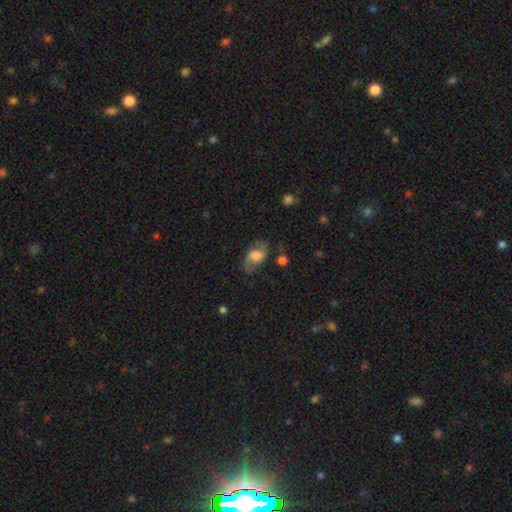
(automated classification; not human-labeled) This appears to be a featured or disk galaxy (51%). Merging: none (63%).